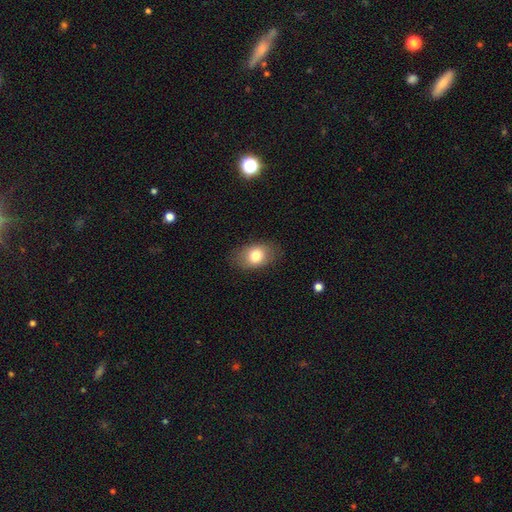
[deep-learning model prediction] Morphology: type=smooth (78%); roundness=in between (80%); merging=none (82%).